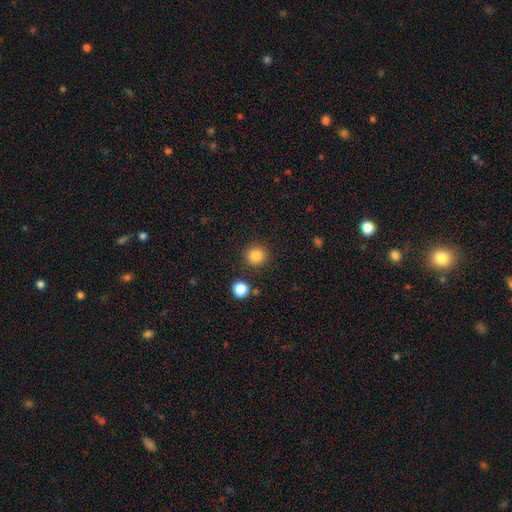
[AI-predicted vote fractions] smooth 86%, star or artifact 10%, featured or disk 4%. Down the decision tree: how rounded — round (93%); merging — none (89%).